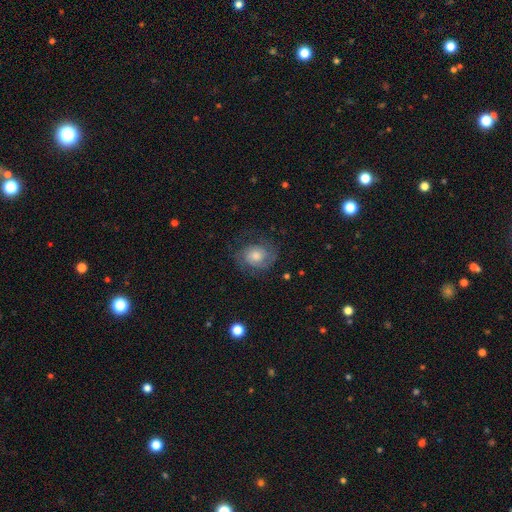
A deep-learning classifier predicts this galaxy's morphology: Q: Smooth or featured?
A: featured or disk (59%); runner-up: smooth (32%)
Q: Edge-on disk?
A: no (97%); runner-up: yes (3%)
Q: Bar?
A: no (76%); runner-up: weak (21%)
Q: Spiral arms?
A: yes (86%); runner-up: no (14%)
Q: Bulge size?
A: moderate (54%); runner-up: small (20%)
Q: Merging?
A: none (71%); runner-up: minor disturbance (17%)